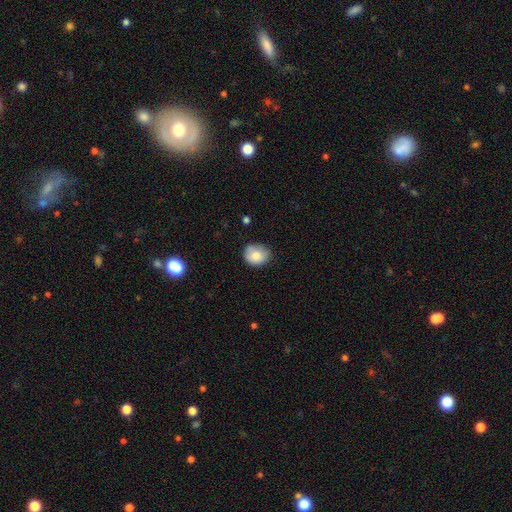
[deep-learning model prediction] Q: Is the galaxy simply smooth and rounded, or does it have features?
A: smooth — 81%.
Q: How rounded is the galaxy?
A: round — 68%.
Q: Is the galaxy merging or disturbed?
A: none — 69%.